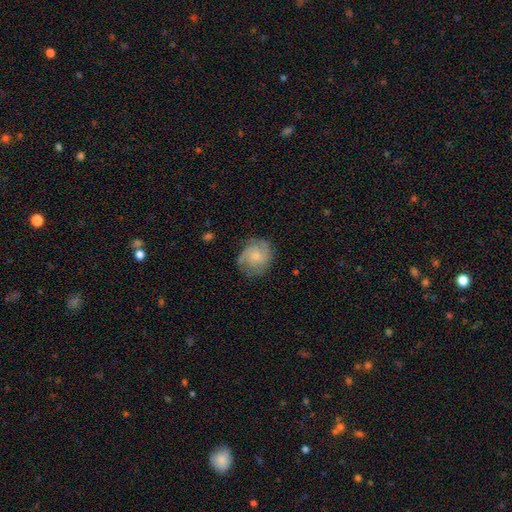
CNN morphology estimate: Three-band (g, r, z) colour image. It shows a featured or disk galaxy (68%) with no bar (75%), 3 (31%) tight (50%) spiral arms (93%) and a small central bulge (61%). Merging: none (73%).